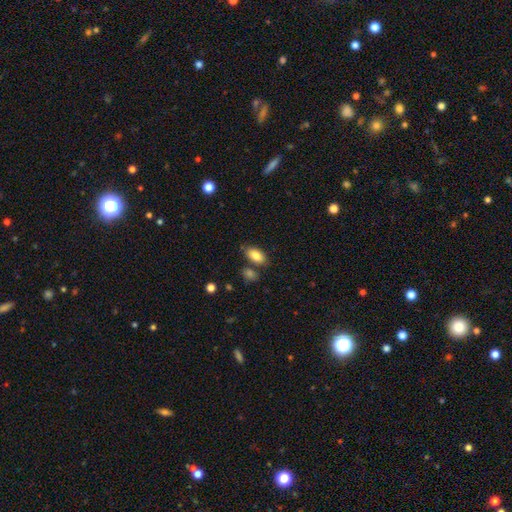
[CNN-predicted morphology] Overall: smooth (85%). How rounded: in between (92%). Merging: none (72%).